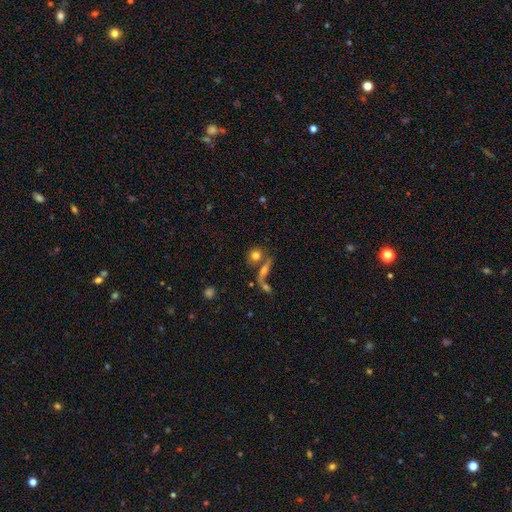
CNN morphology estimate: This is likely a smooth galaxy (71%). How rounded: likely round (72%). Merging: possibly none (54%).